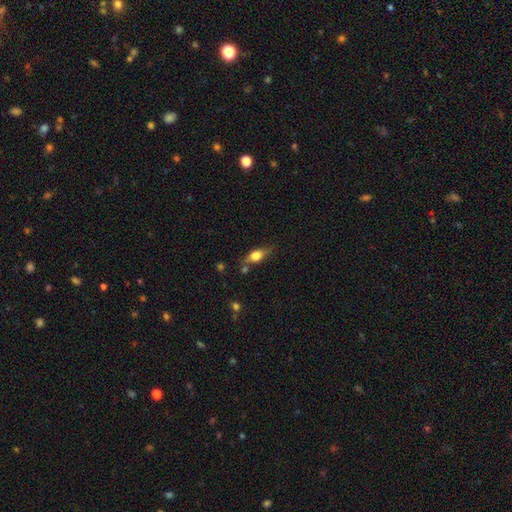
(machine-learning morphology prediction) This is likely a smooth galaxy (63%). How rounded: likely in between (69%). Merging: likely none (63%).